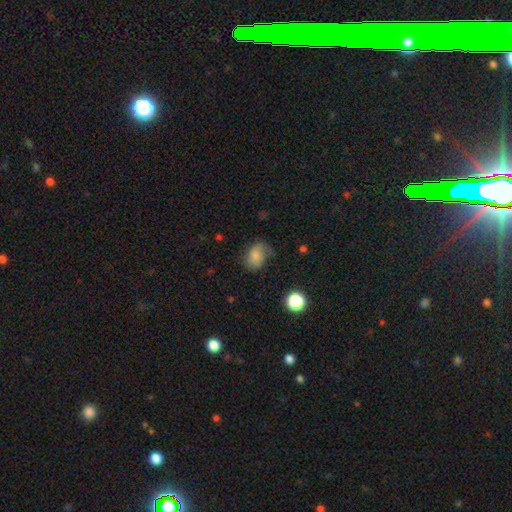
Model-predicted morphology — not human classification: Smooth or featured? smooth (75%)
How rounded? in between (71%)
Merging? none (57%)